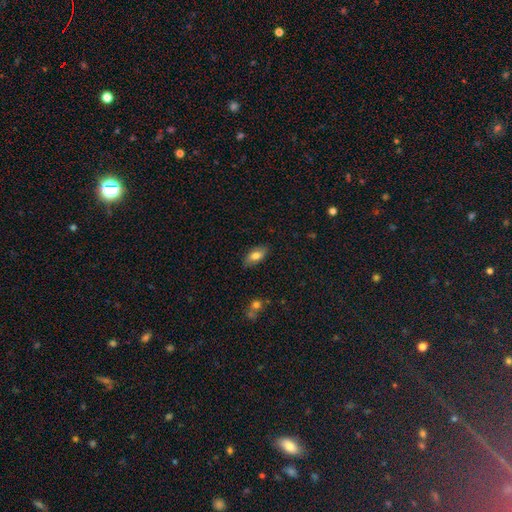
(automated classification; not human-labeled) This appears to be a smooth galaxy with no disk features (79%) that is in between round and cigar-shaped (89%). Merging: none (84%).